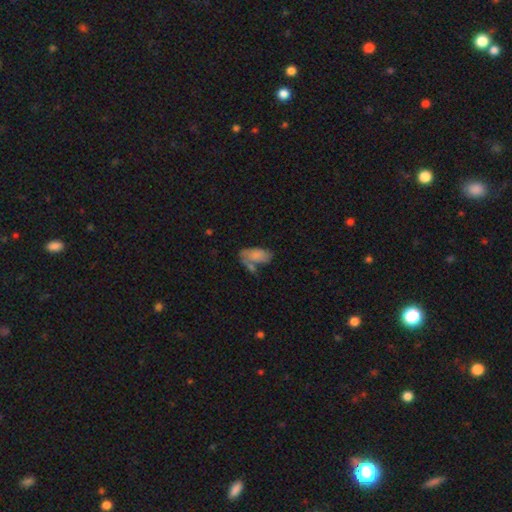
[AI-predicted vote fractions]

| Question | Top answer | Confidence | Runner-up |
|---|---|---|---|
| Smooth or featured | smooth | 70% | featured or disk (22%) |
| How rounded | in between | 92% | round (4%) |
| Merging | none | 34% | merger (27%) |